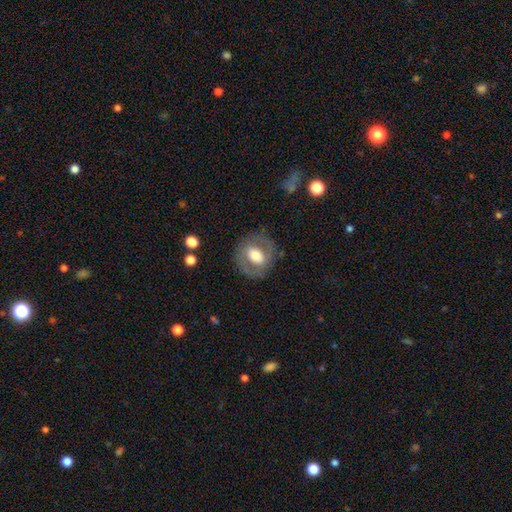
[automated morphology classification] This appears to be a featured or disk galaxy (47%). Merging: none (79%).